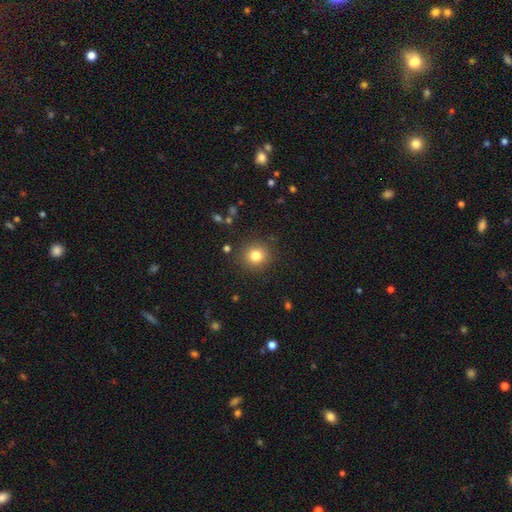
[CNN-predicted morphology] Q: Smooth or featured?
A: smooth (81%); runner-up: star or artifact (12%)
Q: How rounded?
A: round (89%); runner-up: in between (10%)
Q: Merging?
A: none (88%); runner-up: minor disturbance (7%)